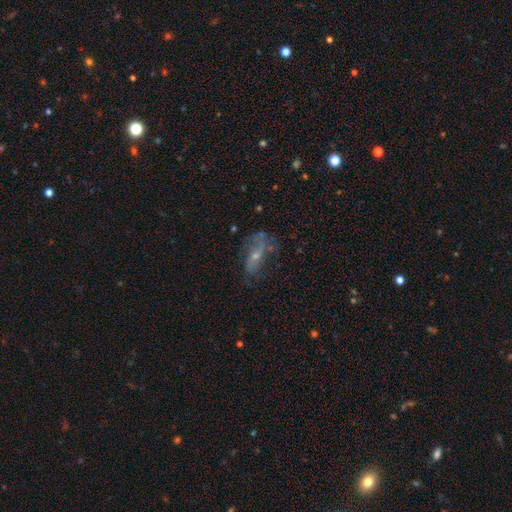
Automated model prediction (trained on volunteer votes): Q: Smooth or featured?
A: featured or disk (54%); runner-up: smooth (30%)
Q: Edge-on disk?
A: no (85%); runner-up: yes (15%)
Q: Merging?
A: none (48%); runner-up: minor disturbance (24%)